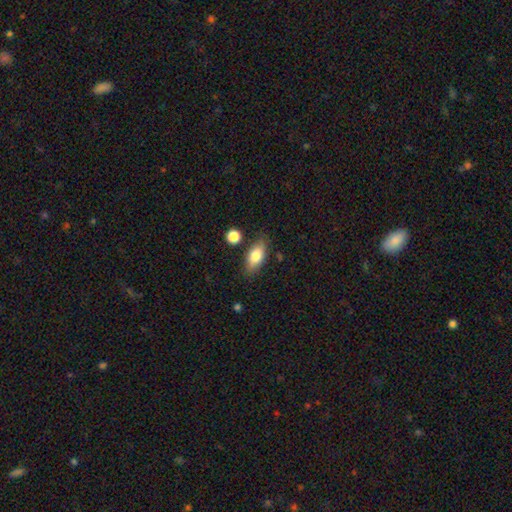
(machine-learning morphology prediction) Overall: smooth (80%). How rounded: in between (84%). Merging: none (79%).